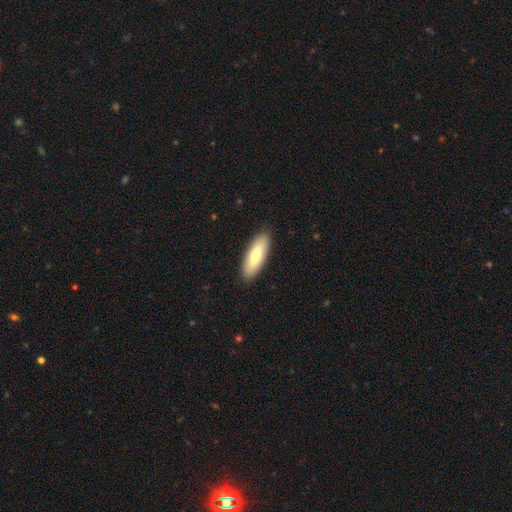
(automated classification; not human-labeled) A smooth galaxy with no disk features (73%) that is in between round and cigar-shaped (63%).

Vote fractions:
- Smooth or featured? smooth: 73% / featured or disk: 21% / star or artifact: 5%
- How rounded? in between: 63% / cigar-shaped: 35% / round: 2%
- Merging? none: 89% / minor disturbance: 8% / major disturbance: 2% / merger: 1%